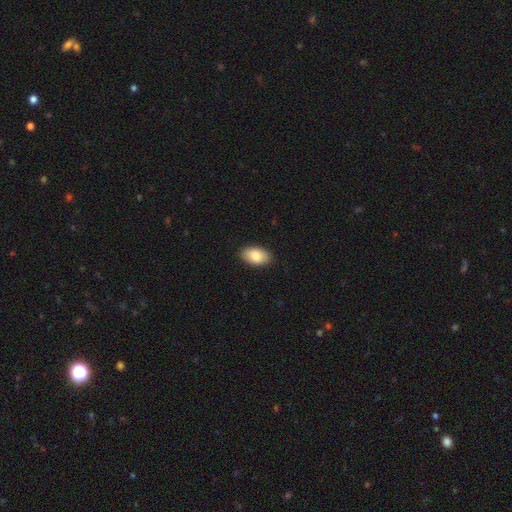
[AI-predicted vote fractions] The model was most divided on "smooth or featured": smooth: 85%, featured or disk: 9%, star or artifact: 6%. More confident: how rounded — in between (93%); merging — none (89%).